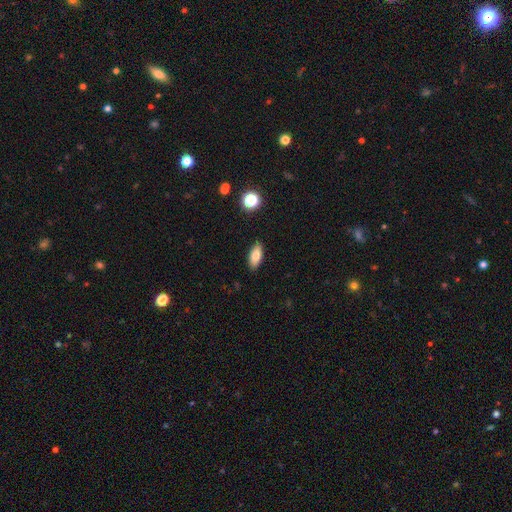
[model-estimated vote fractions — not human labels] Overall: smooth (79%). How rounded: in between (85%). Merging: none (88%).